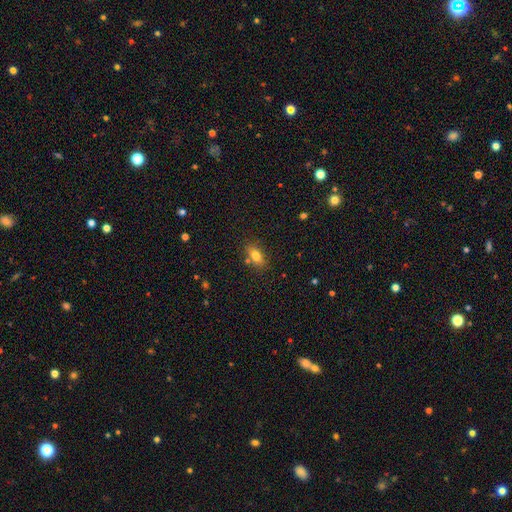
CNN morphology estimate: This appears to be a smooth galaxy with no disk features (79%) that is in between round and cigar-shaped (84%). Merging: none (77%).